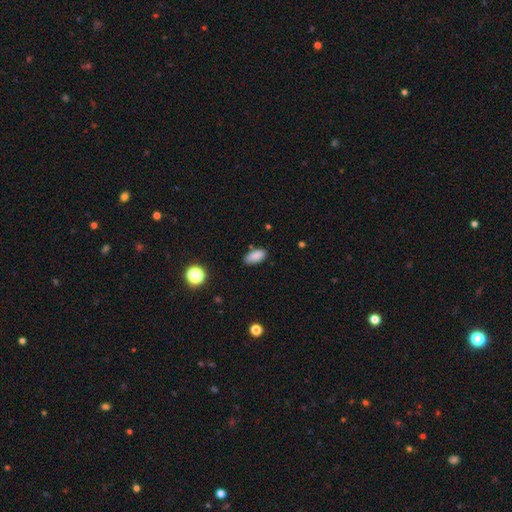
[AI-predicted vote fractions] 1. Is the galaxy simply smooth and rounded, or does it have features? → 87% smooth, 9% star or artifact, 4% featured or disk.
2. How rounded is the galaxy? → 91% in between, 5% cigar-shaped, 4% round.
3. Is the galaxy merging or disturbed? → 80% none, 15% minor disturbance, 3% major disturbance, 2% merger.